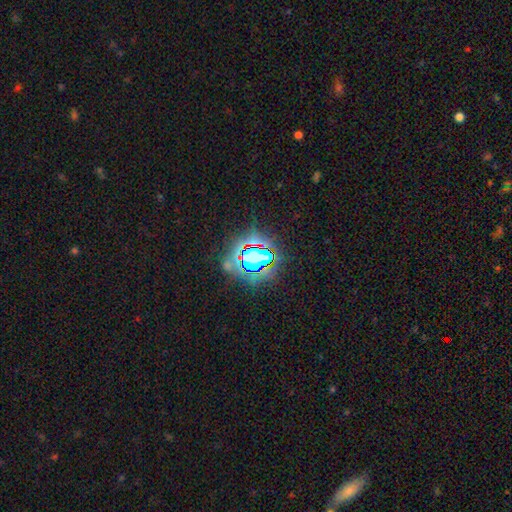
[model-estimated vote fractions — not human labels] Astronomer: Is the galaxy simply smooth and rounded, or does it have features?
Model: star or artifact — 80%.